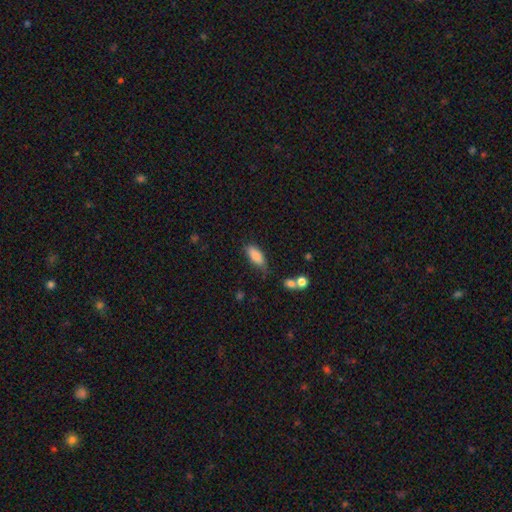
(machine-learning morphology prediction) Overall: smooth (83%). How rounded: in between (81%). Merging: none (65%).